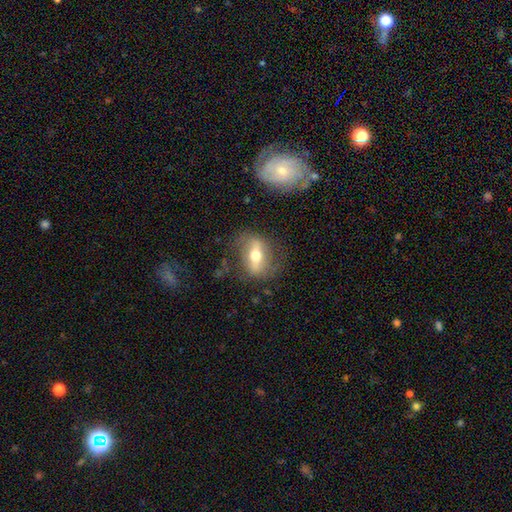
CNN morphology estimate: type=featured or disk (62%); edge-on=no (65%); merging=none (74%).